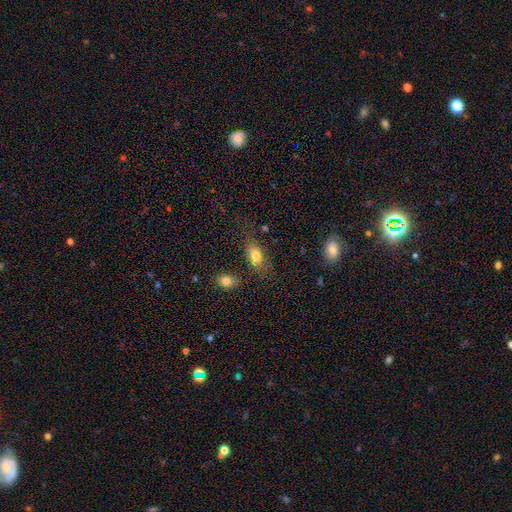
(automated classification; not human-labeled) A smooth galaxy with no disk features (77%) that is in between round and cigar-shaped (84%).

Vote fractions:
- Smooth or featured? smooth: 77% / featured or disk: 13% / star or artifact: 10%
- How rounded? in between: 84% / round: 10% / cigar-shaped: 5%
- Merging? none: 70% / minor disturbance: 18% / major disturbance: 7% / merger: 6%